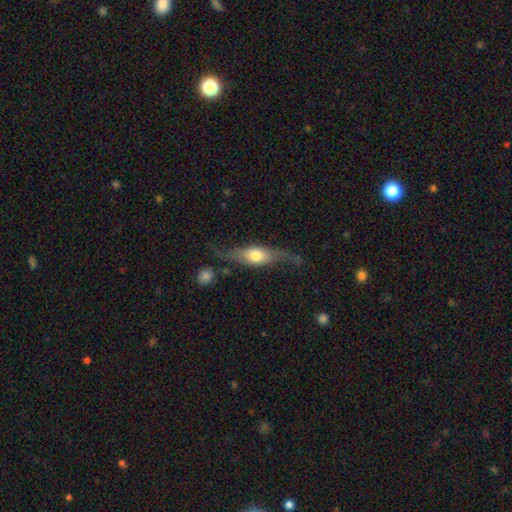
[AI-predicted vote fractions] Smooth or featured?
  - featured or disk: 59% *
  - smooth: 35%
  - star or artifact: 6%
Edge-on disk?
  - yes: 64% *
  - no: 36%
Merging?
  - none: 57% *
  - minor disturbance: 23%
  - major disturbance: 16%
  - merger: 4%